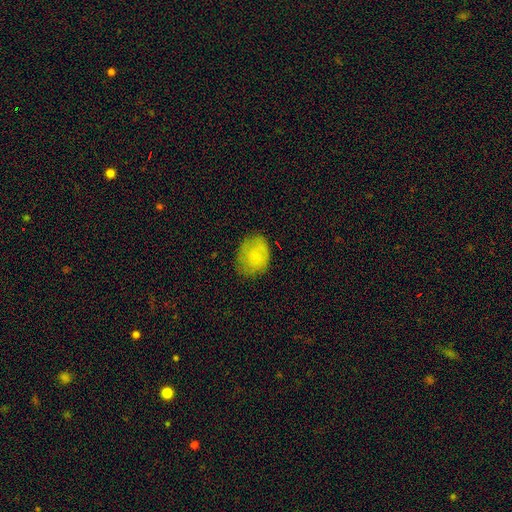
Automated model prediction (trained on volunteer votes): smooth-or-featured: smooth: 70% | featured or disk: 22% | star or artifact: 8%
  how-rounded: in between: 55% | round: 44% | cigar-shaped: 1%
  merging: none: 65% | minor disturbance: 25% | major disturbance: 8% | merger: 1%